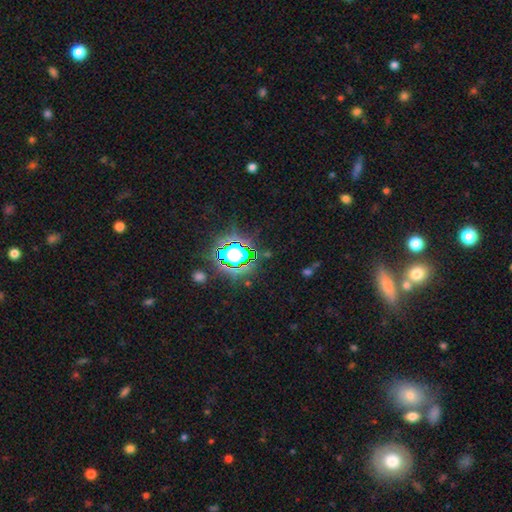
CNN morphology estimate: Smooth or featured? Predicted: star or artifact (p=0.76).